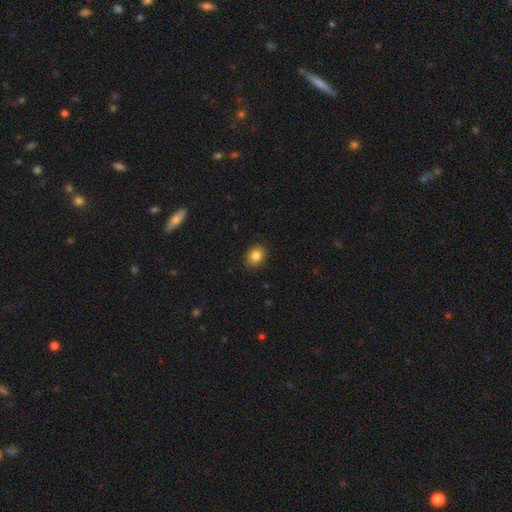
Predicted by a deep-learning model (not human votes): This is clearly a smooth galaxy (84%). How rounded: possibly round (50%). Merging: clearly none (88%).